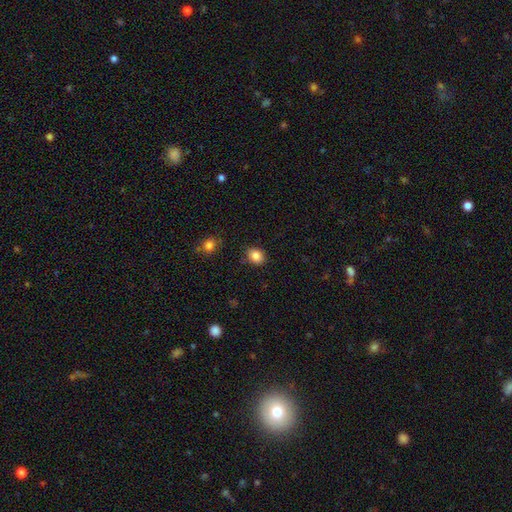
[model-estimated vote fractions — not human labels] Morphology: type=smooth (85%); roundness=round (54%); merging=none (84%).